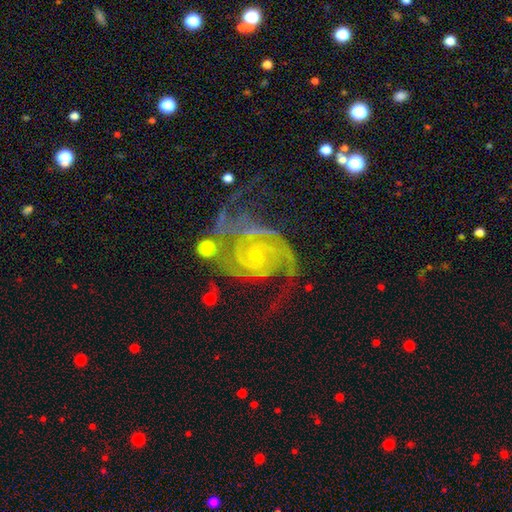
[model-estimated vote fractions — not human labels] Smooth or featured: featured or disk — 91% (star or artifact — 6%)
Edge-on disk: no — 98% (yes — 2%)
Bar: no — 71% (weak — 21%)
Spiral arms: yes — 98% (no — 2%)
Spiral winding: tight — 52% (medium — 39%)
Spiral arm count: 2 — 50% (3 — 21%)
Bulge size: small — 81% (moderate — 14%)
Merging: none — 49% (major disturbance — 22%)